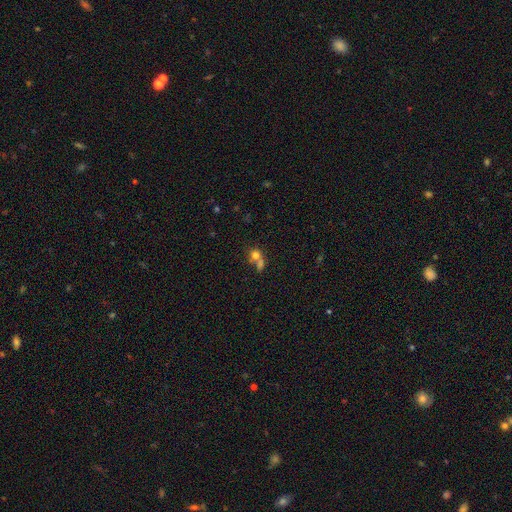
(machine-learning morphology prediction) smooth 72%, featured or disk 14%, star or artifact 14%. Down the decision tree: how rounded — round (76%); merging — merger (52%).